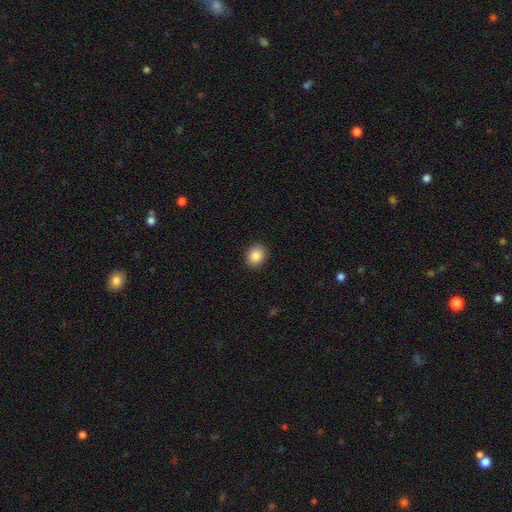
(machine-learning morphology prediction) Smooth or featured? Predicted: smooth (p=0.87). How rounded? Predicted: round (p=0.57). Merging? Predicted: none (p=0.90).